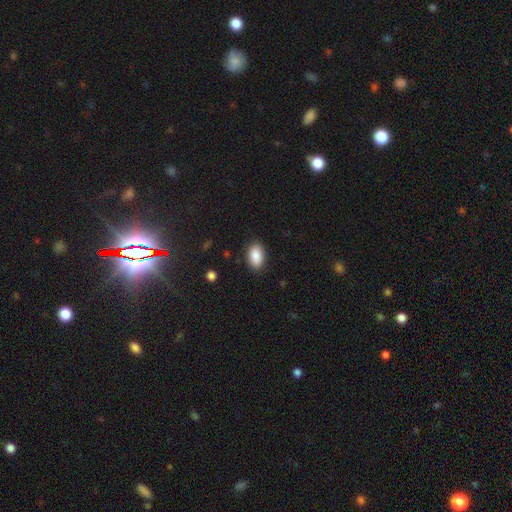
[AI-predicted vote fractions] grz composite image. It shows a smooth galaxy with no disk features (87%) that is in between round and cigar-shaped (93%). Merging: none (88%).